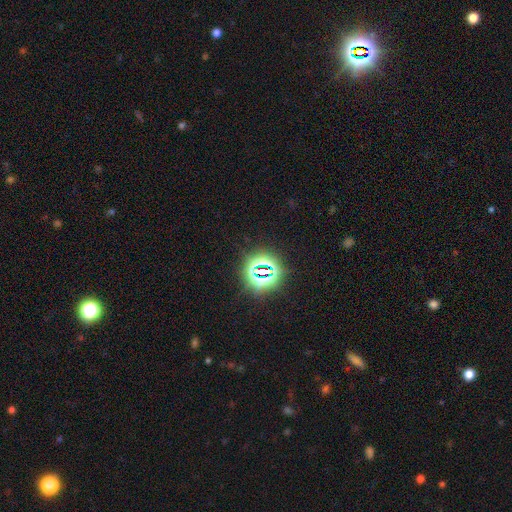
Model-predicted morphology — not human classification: Smooth or featured? star or artifact (77%)